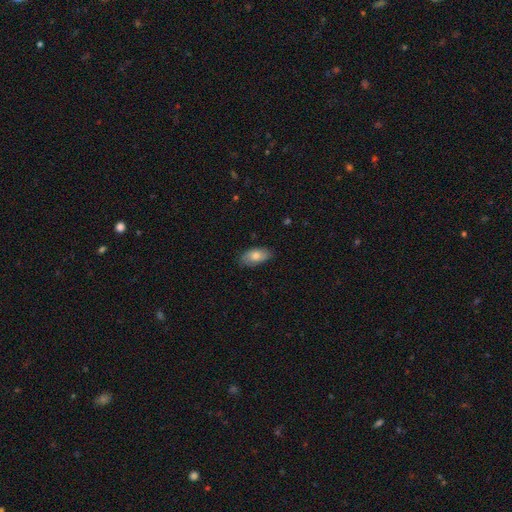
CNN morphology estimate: Overall: smooth (79%). How rounded: in between (92%). Merging: none (80%).